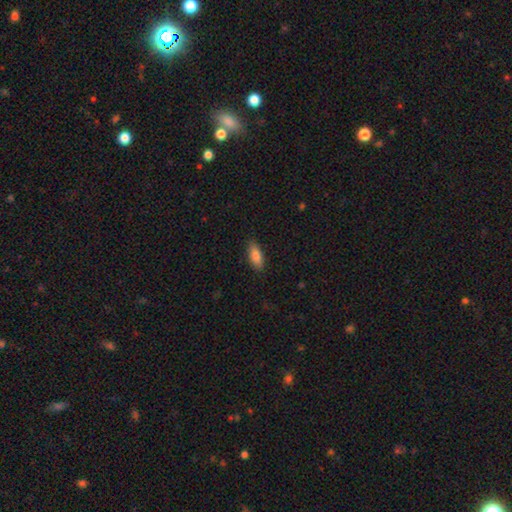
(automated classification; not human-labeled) Morphology: type=smooth (86%); roundness=in between (78%); merging=none (85%).